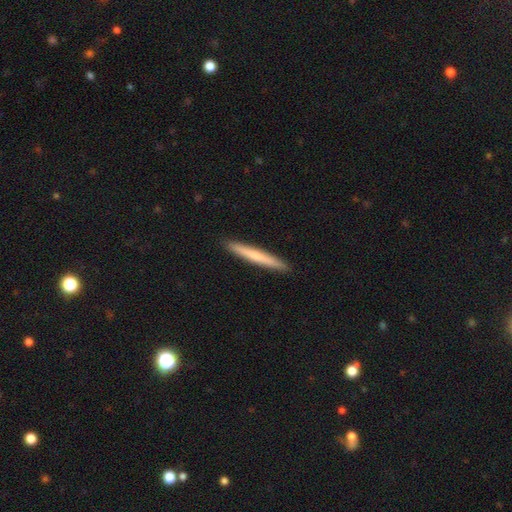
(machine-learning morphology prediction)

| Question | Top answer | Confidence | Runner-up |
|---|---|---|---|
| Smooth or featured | smooth | 64% | featured or disk (31%) |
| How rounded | cigar-shaped | 97% | in between (2%) |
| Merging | none | 93% | minor disturbance (5%) |